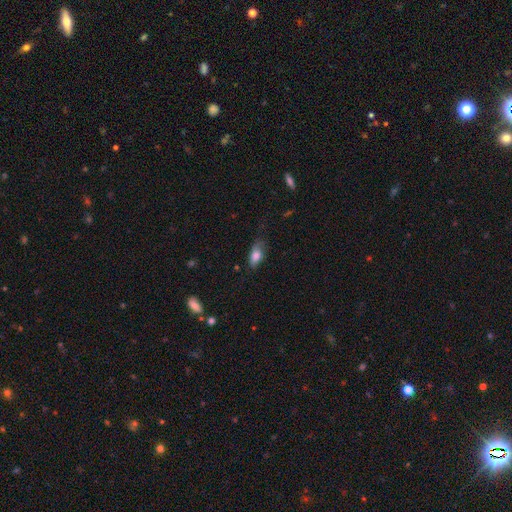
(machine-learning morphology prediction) Q: Smooth or featured?
A: smooth (79%); runner-up: featured or disk (13%)
Q: How rounded?
A: in between (82%); runner-up: cigar-shaped (12%)
Q: Merging?
A: none (57%); runner-up: minor disturbance (31%)